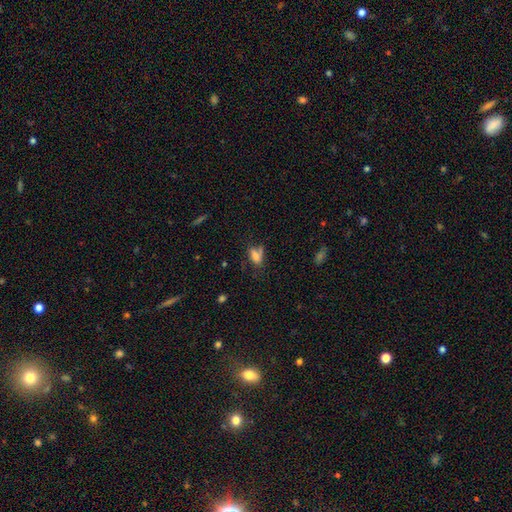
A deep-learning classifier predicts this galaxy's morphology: type=smooth (70%); roundness=in between (82%); merging=none (42%).